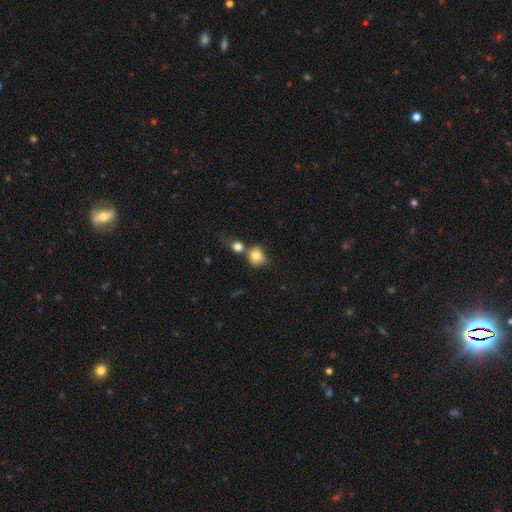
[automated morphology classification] A smooth galaxy with no disk features (79%) that is round (77%). Merging: none (40%, tied with merger).